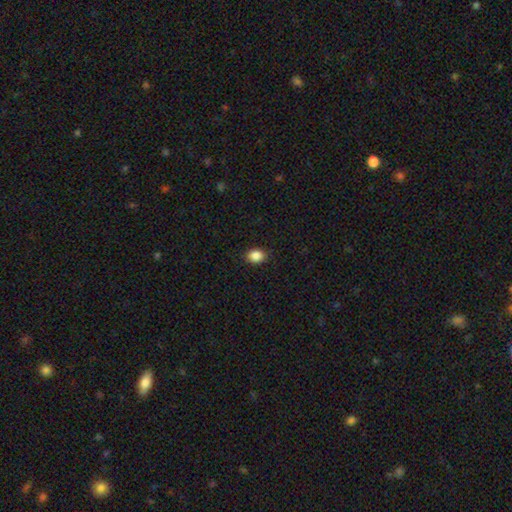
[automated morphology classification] smooth_or_featured: smooth (p=0.88) [alt: star or artifact p=0.09]
how_rounded: in between (p=0.62) [alt: round p=0.37]
merging: none (p=0.89) [alt: minor disturbance p=0.08]